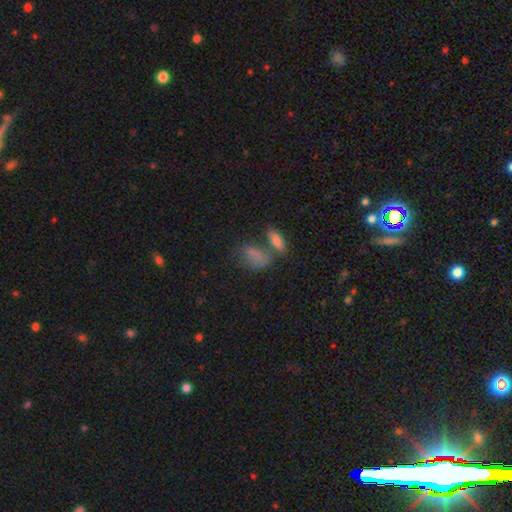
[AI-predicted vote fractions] Smooth or featured? Predicted: smooth (p=0.73). How rounded? Predicted: in between (p=0.79). Merging? Predicted: merger (p=0.38).